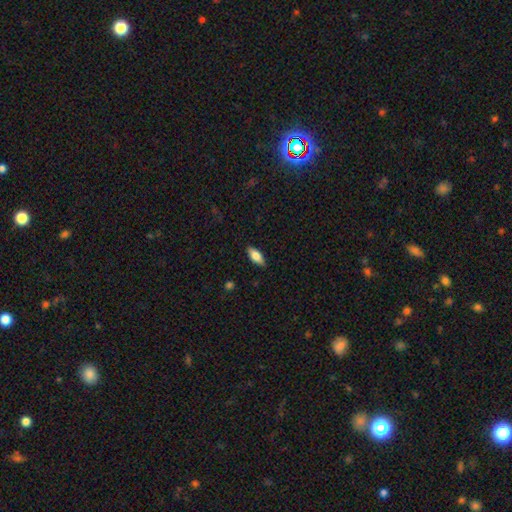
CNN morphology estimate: Smooth or featured? smooth (74%)
How rounded? in between (81%)
Merging? none (88%)